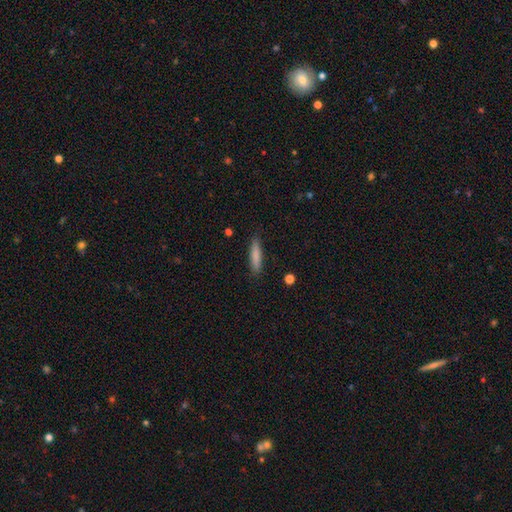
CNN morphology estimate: Q: Smooth or featured?
A: smooth (82%); runner-up: featured or disk (12%)
Q: How rounded?
A: cigar-shaped (83%); runner-up: in between (15%)
Q: Merging?
A: none (87%); runner-up: minor disturbance (10%)